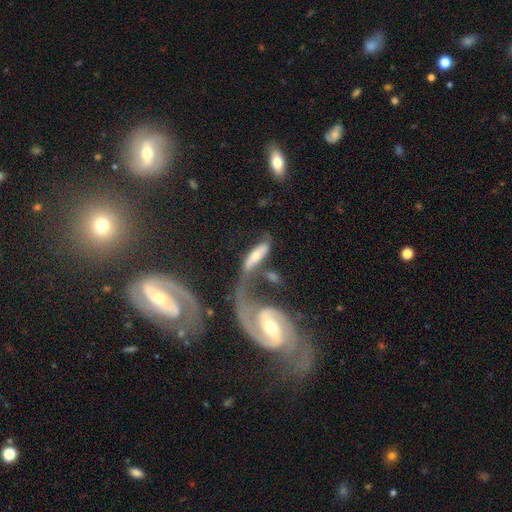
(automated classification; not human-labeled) Smooth or featured? featured or disk (56%)
Edge-on disk? no (64%)
Merging? merger (51%)